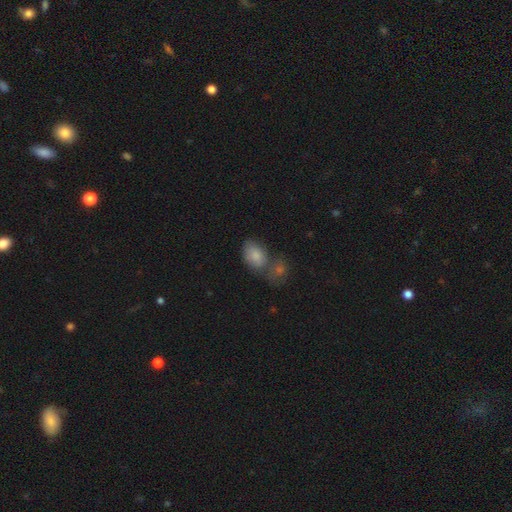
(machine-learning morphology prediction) smooth-or-featured: smooth: 82% | featured or disk: 10% | star or artifact: 7%
  how-rounded: in between: 89% | round: 10% | cigar-shaped: 1%
  merging: none: 39% | merger: 38% | minor disturbance: 16% | major disturbance: 7%